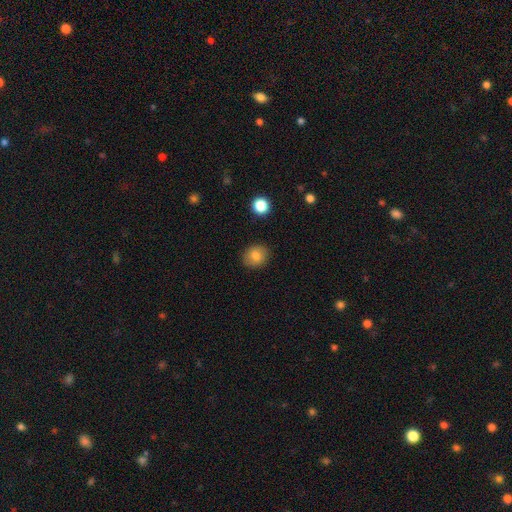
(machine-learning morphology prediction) Smooth or featured?
  - smooth: 81% *
  - star or artifact: 10%
  - featured or disk: 9%
How rounded?
  - round: 71% *
  - in between: 29%
  - cigar-shaped: 1%
Merging?
  - none: 89% *
  - minor disturbance: 8%
  - major disturbance: 2%
  - merger: 1%